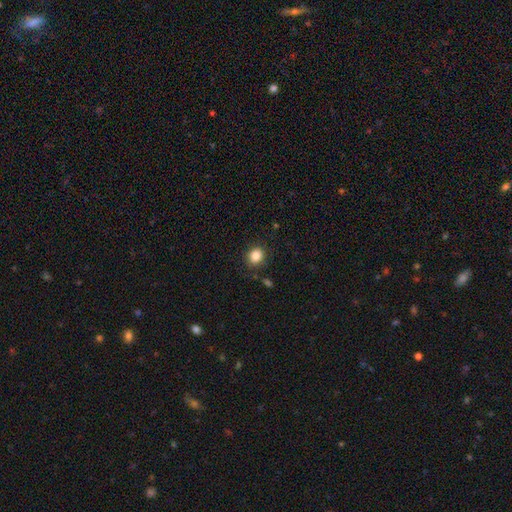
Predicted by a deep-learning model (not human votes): The model was most divided on "how rounded": round: 69%, in between: 30%, cigar-shaped: 1%. More confident: smooth or featured — smooth (85%); merging — none (85%).